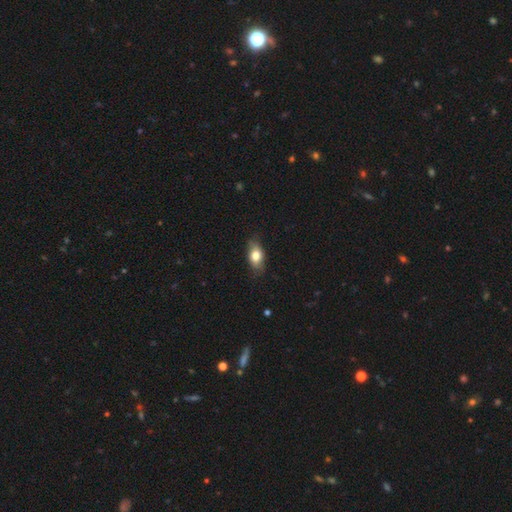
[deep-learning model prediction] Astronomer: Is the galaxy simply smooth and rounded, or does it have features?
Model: smooth — 75%.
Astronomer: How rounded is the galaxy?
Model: in between — 84%.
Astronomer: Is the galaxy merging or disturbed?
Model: none — 78%.